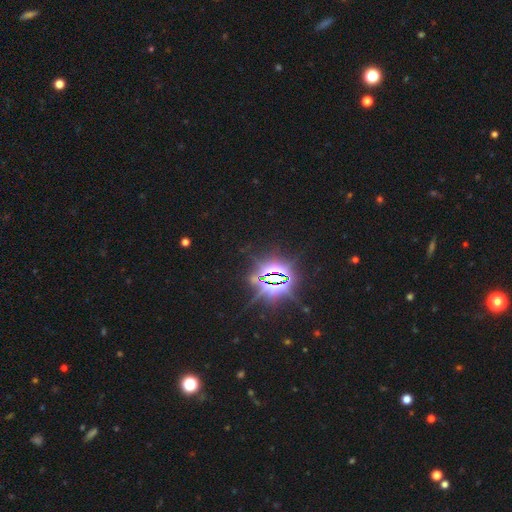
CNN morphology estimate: type=star or artifact (86%).